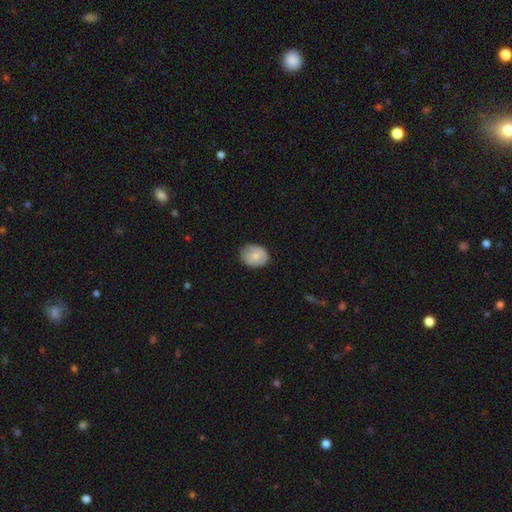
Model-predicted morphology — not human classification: The model was most divided on "how rounded": round: 51%, in between: 48%, cigar-shaped: 1%. More confident: merging — none (76%); smooth or featured — smooth (73%).